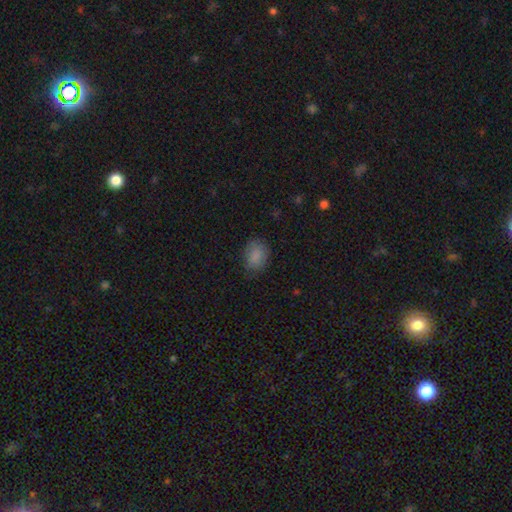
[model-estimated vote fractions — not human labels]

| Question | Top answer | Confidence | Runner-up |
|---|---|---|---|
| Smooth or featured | smooth | 86% | star or artifact (8%) |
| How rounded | in between | 67% | round (32%) |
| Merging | none | 73% | minor disturbance (21%) |